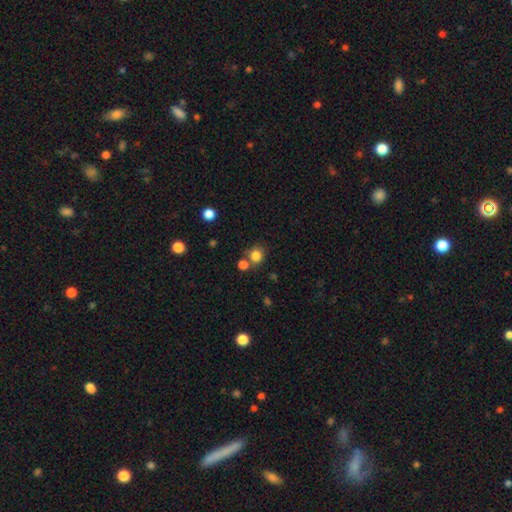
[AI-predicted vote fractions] Q: Smooth or featured?
A: smooth (82%); runner-up: star or artifact (12%)
Q: How rounded?
A: round (84%); runner-up: in between (15%)
Q: Merging?
A: none (66%); runner-up: merger (20%)